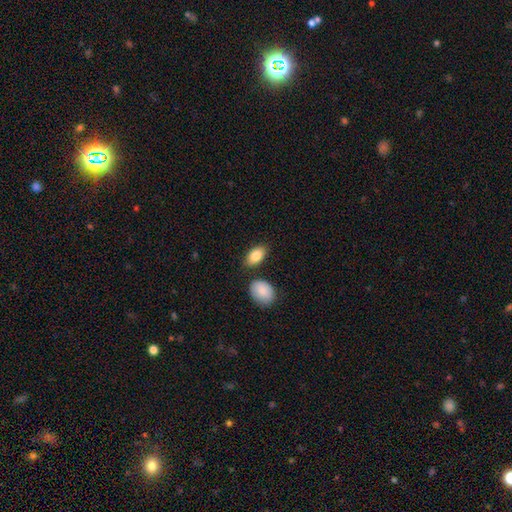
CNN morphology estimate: Smooth or featured?
  - smooth: 84% *
  - featured or disk: 9%
  - star or artifact: 7%
How rounded?
  - in between: 92% *
  - round: 5%
  - cigar-shaped: 3%
Merging?
  - none: 77% *
  - minor disturbance: 12%
  - merger: 8%
  - major disturbance: 3%